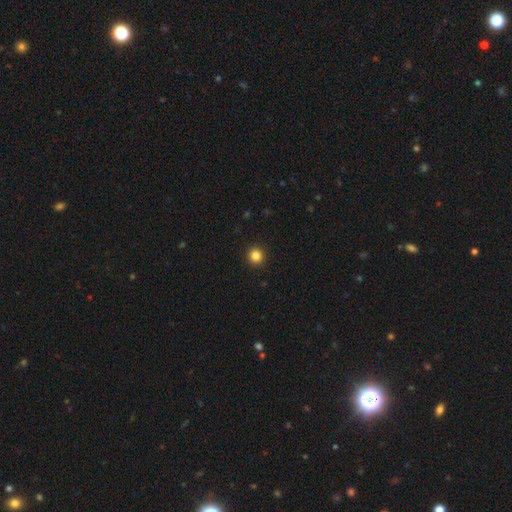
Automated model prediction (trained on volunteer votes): smooth-or-featured: smooth: 84% | star or artifact: 12% | featured or disk: 4%
  how-rounded: round: 94% | in between: 5% | cigar-shaped: 1%
  merging: none: 93% | minor disturbance: 4% | major disturbance: 1% | merger: 1%